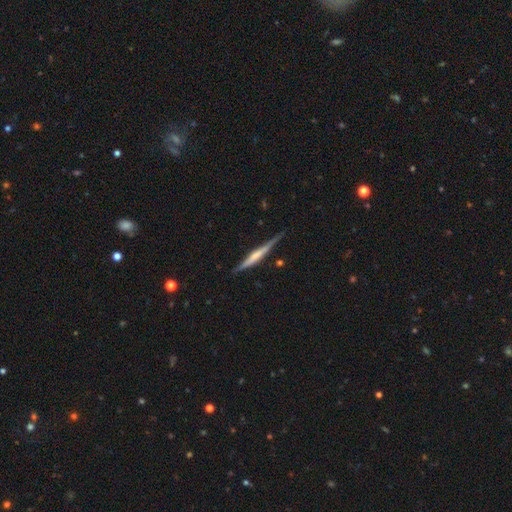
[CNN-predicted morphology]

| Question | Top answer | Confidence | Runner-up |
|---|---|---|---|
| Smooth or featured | featured or disk | 65% | smooth (30%) |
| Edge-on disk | yes | 97% | no (3%) |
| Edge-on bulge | rounded | 40% | none (31%) |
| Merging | none | 80% | minor disturbance (15%) |